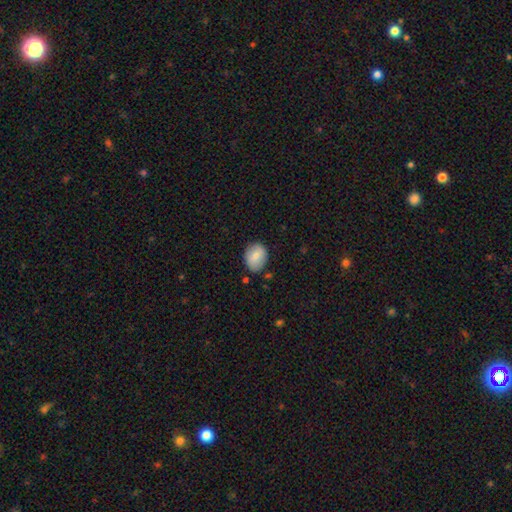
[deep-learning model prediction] Overall: smooth (78%). How rounded: in between (58%; round 41%). Merging: none (79%).